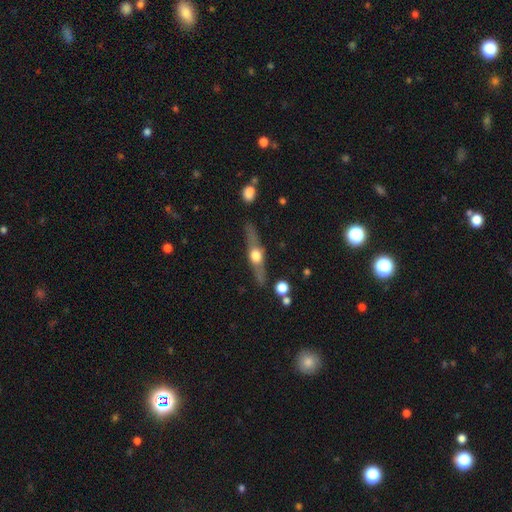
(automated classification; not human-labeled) Smooth or featured? featured or disk (71%)
Edge-on disk? yes (95%)
Edge-on bulge? rounded (95%)
Merging? none (82%)